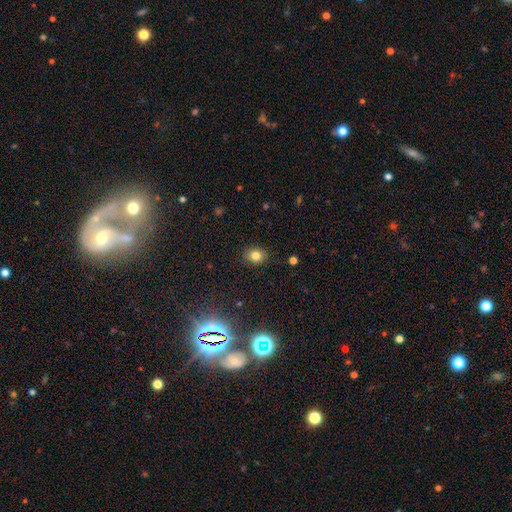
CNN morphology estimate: Smooth or featured: smooth — 80% (star or artifact — 13%)
How rounded: round — 64% (in between — 35%)
Merging: none — 88% (minor disturbance — 9%)